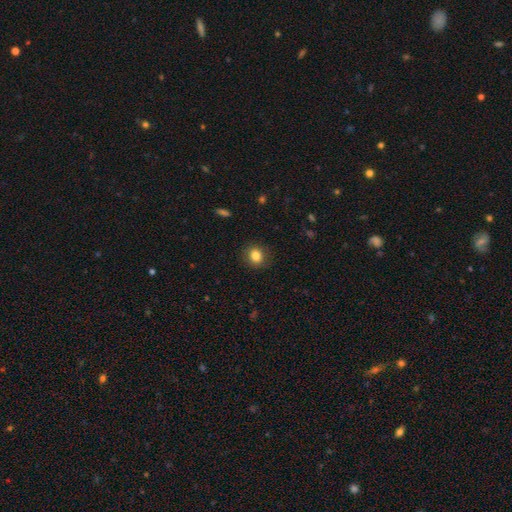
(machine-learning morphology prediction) Q: Smooth or featured?
A: smooth (84%); runner-up: star or artifact (10%)
Q: How rounded?
A: round (71%); runner-up: in between (28%)
Q: Merging?
A: none (87%); runner-up: minor disturbance (9%)